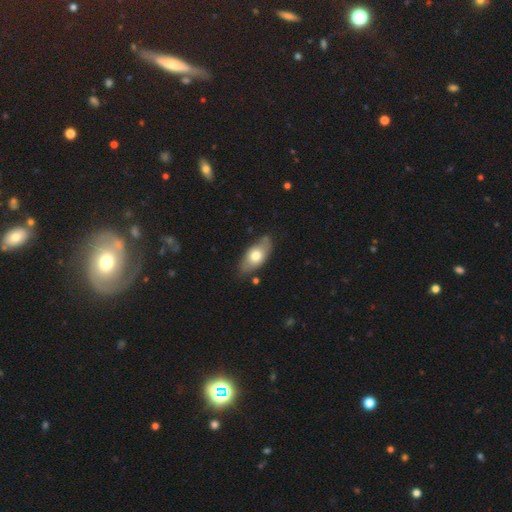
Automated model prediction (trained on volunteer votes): A smooth galaxy with no disk features (67%) that is in between round and cigar-shaped (89%).

Vote fractions:
- Smooth or featured? smooth: 67% / featured or disk: 28% / star or artifact: 6%
- How rounded? in between: 89% / cigar-shaped: 7% / round: 5%
- Merging? none: 74% / minor disturbance: 19% / major disturbance: 4% / merger: 3%